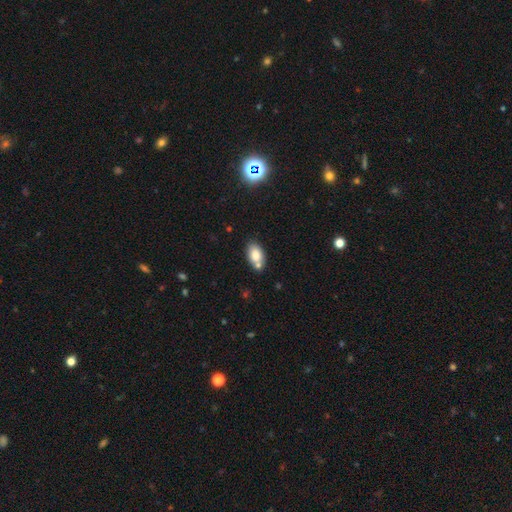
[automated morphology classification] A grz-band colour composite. It shows a smooth galaxy with no disk features (80%) that is in between round and cigar-shaped (89%). Merging: none (63%).